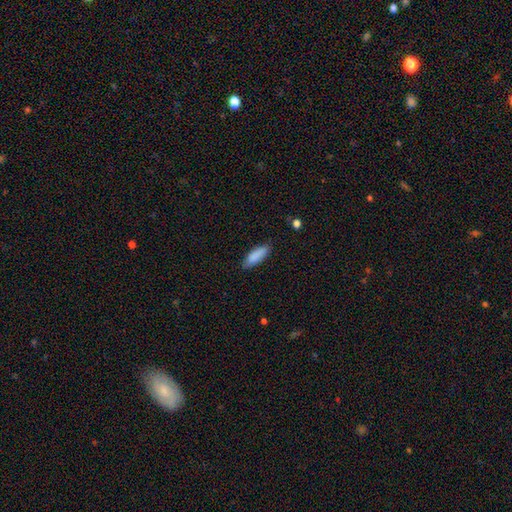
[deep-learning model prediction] smooth_or_featured: smooth (p=0.88) [alt: star or artifact p=0.06]
how_rounded: in between (p=0.59) [alt: cigar-shaped p=0.39]
merging: none (p=0.84) [alt: minor disturbance p=0.13]